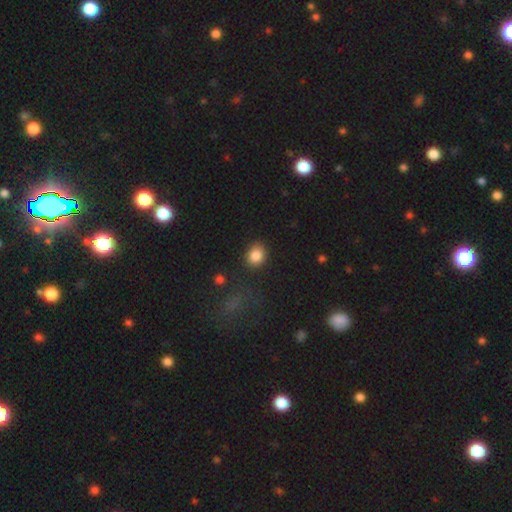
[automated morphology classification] type=smooth (85%); roundness=round (56%); merging=none (83%).